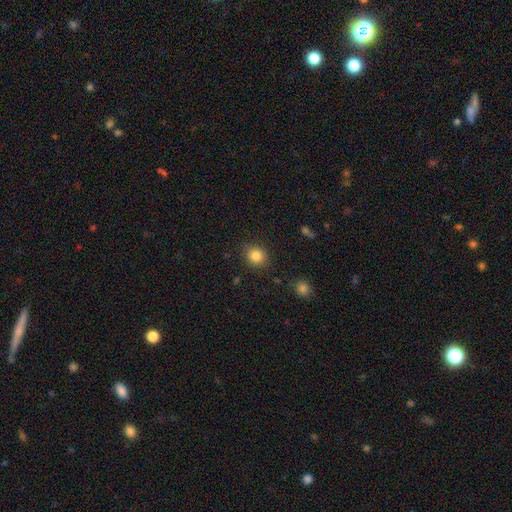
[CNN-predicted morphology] A smooth galaxy with no disk features (85%) that is round (71%).

Vote fractions:
- Smooth or featured? smooth: 85% / star or artifact: 10% / featured or disk: 5%
- How rounded? round: 71% / in between: 28% / cigar-shaped: 1%
- Merging? none: 85% / minor disturbance: 10% / major disturbance: 3% / merger: 2%